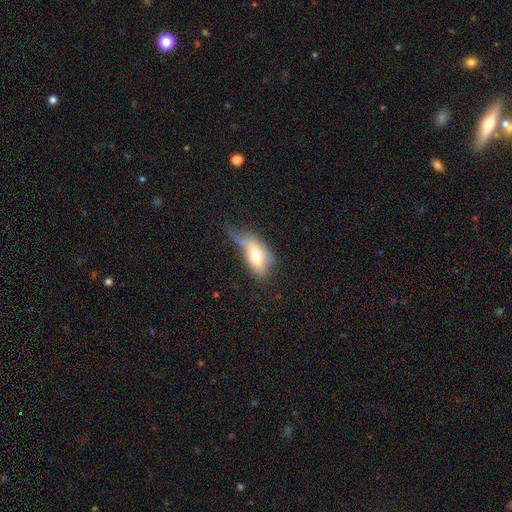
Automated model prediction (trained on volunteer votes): smooth 66%, featured or disk 26%, star or artifact 8%. Down the decision tree: how rounded — in between (81%); merging — minor disturbance (36%).